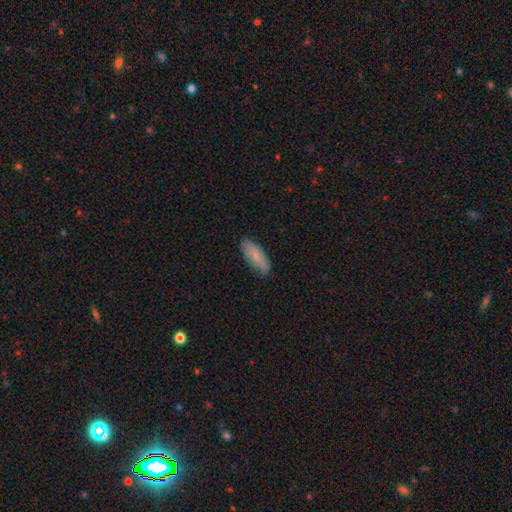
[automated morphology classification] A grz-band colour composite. It shows a smooth galaxy with no disk features (78%) that is in between round and cigar-shaped (74%). Merging: none (84%).